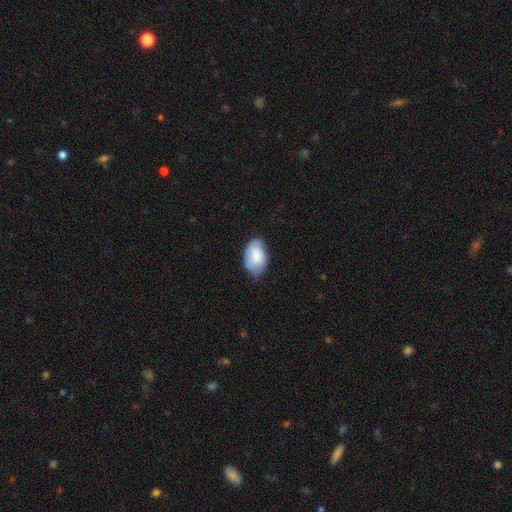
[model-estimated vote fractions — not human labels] smooth 75%, featured or disk 18%, star or artifact 6%. Down the decision tree: how rounded — in between (92%); merging — none (57%).